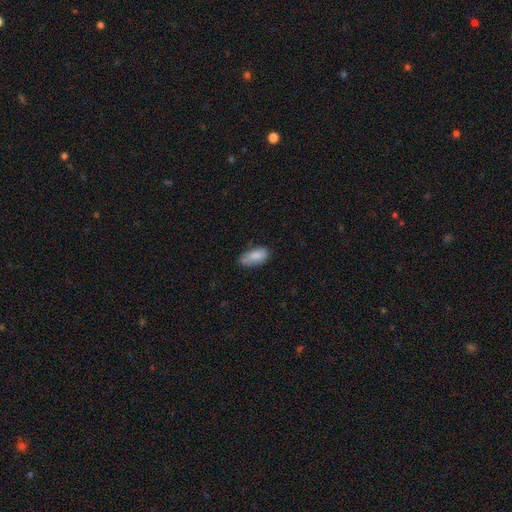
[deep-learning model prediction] Smooth or featured: smooth — 82% (featured or disk — 11%)
How rounded: in between — 91% (cigar-shaped — 6%)
Merging: none — 62% (minor disturbance — 30%)